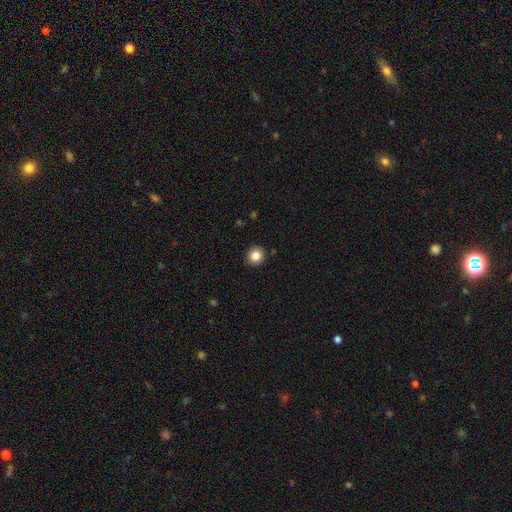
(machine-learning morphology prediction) smooth_or_featured: smooth (p=0.85) [alt: star or artifact p=0.10]
how_rounded: round (p=0.89) [alt: in between p=0.10]
merging: none (p=0.92) [alt: minor disturbance p=0.05]